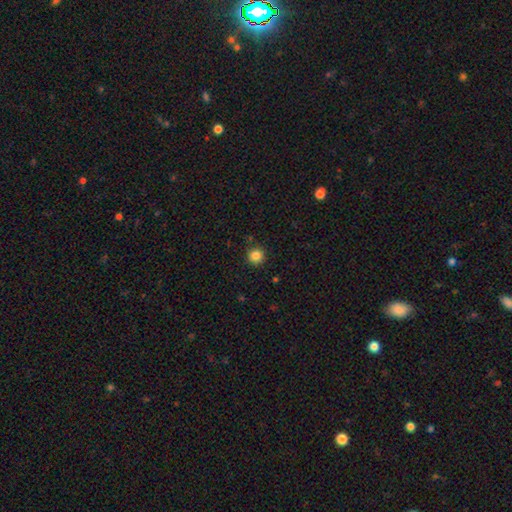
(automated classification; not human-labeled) A smooth galaxy with no disk features (85%) that is round (94%). Merging: none (90%).